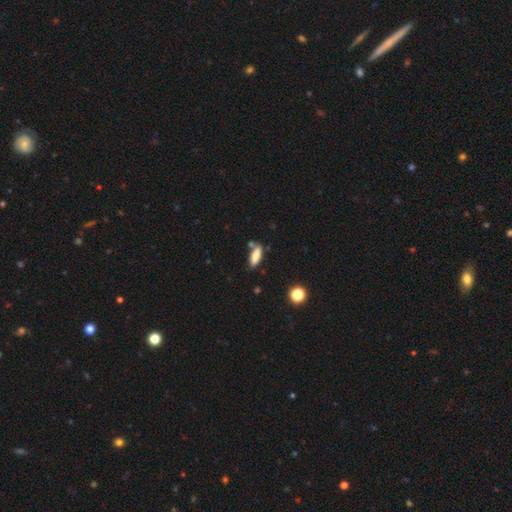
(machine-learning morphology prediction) smooth 82%, featured or disk 10%, star or artifact 8%. Down the decision tree: how rounded — in between (58%); merging — none (67%).